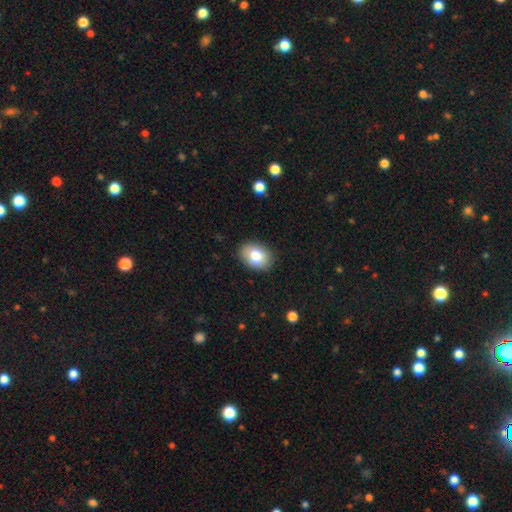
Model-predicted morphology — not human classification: Smooth or featured?
  - smooth: 83% *
  - featured or disk: 10%
  - star or artifact: 7%
How rounded?
  - in between: 78% *
  - round: 21%
  - cigar-shaped: 1%
Merging?
  - none: 87% *
  - minor disturbance: 10%
  - major disturbance: 2%
  - merger: 1%